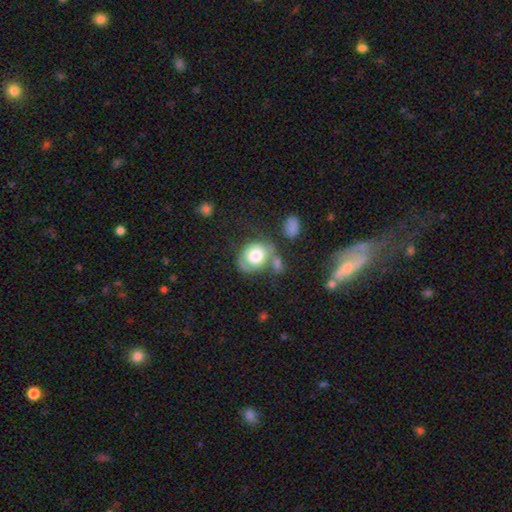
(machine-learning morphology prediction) Q: Smooth or featured?
A: smooth (60%); runner-up: featured or disk (32%)
Q: How rounded?
A: round (50%); runner-up: in between (49%)
Q: Merging?
A: none (39%); runner-up: minor disturbance (22%)